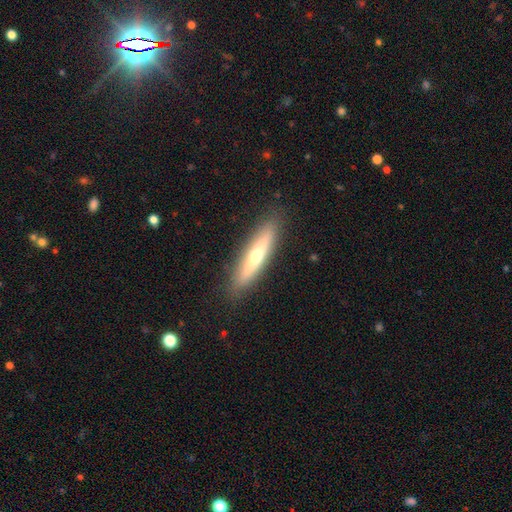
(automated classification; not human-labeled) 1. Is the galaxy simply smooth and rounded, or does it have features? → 48% smooth, 45% featured or disk, 6% star or artifact.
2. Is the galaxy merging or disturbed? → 89% none, 8% minor disturbance, 2% major disturbance, 1% merger.